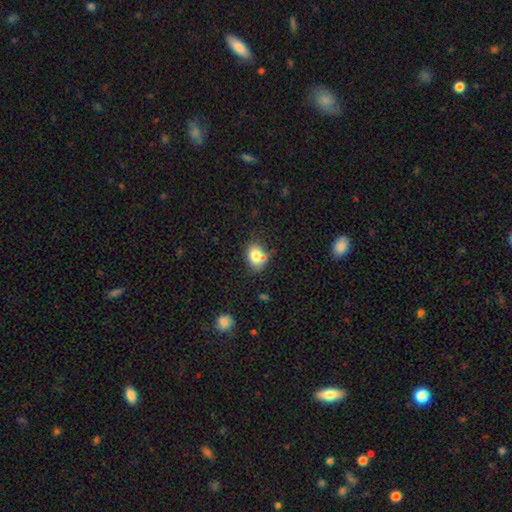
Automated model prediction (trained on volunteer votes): The model was most divided on "merging": none: 54%, merger: 24%, minor disturbance: 17%, major disturbance: 5%. More confident: smooth or featured — smooth (78%); how rounded — in between (65%).